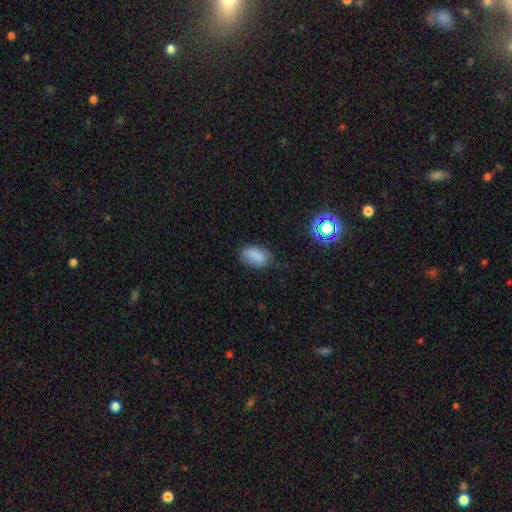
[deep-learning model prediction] Smooth or featured?
  - smooth: 82% *
  - star or artifact: 11%
  - featured or disk: 7%
How rounded?
  - in between: 89% *
  - round: 9%
  - cigar-shaped: 2%
Merging?
  - none: 70% *
  - minor disturbance: 23%
  - major disturbance: 6%
  - merger: 2%